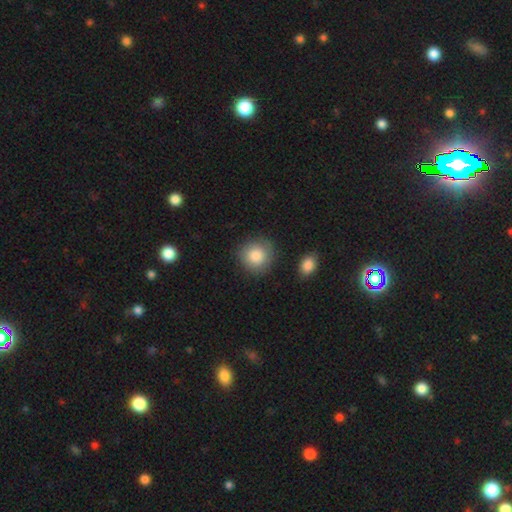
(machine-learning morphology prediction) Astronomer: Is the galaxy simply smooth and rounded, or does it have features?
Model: smooth — 86%.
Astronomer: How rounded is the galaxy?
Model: round — 91%.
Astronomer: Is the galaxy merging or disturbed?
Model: none — 84%.